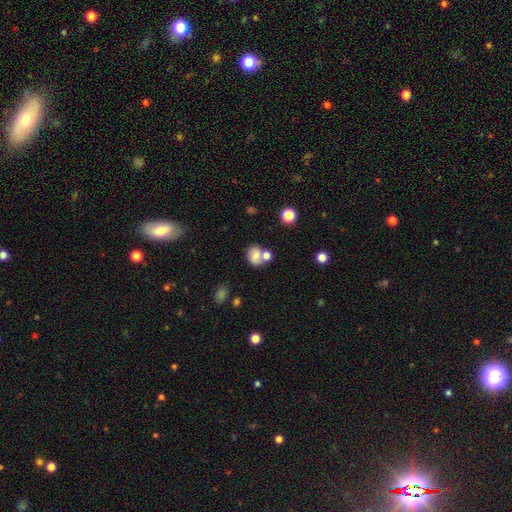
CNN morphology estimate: smooth_or_featured: smooth (p=0.73) [alt: featured or disk p=0.16]
how_rounded: round (p=0.52) [alt: in between p=0.47]
merging: none (p=0.42) [alt: merger p=0.39]